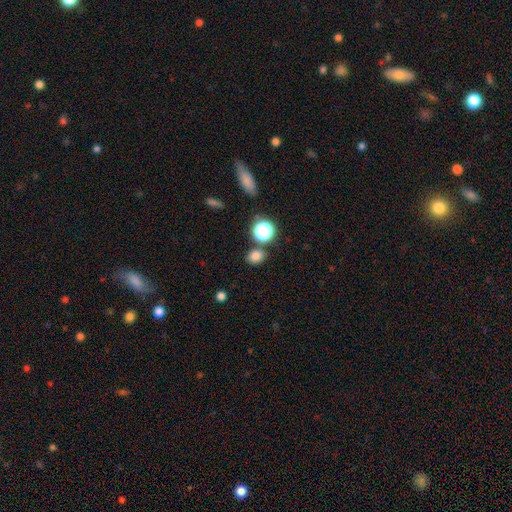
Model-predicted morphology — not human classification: Smooth or featured? smooth (77%)
How rounded? round (54%)
Merging? none (78%)